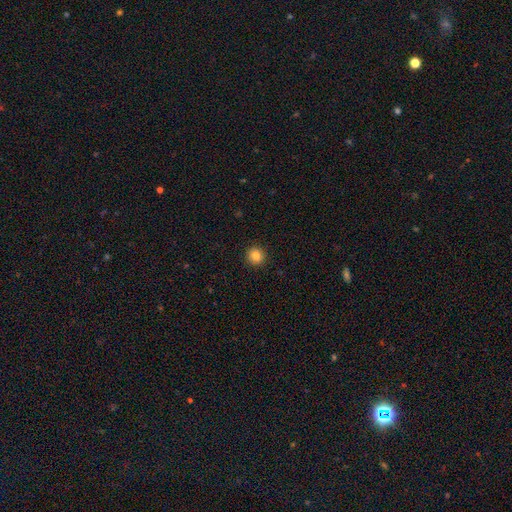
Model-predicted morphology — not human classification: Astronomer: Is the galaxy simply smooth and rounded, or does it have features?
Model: smooth — 84%.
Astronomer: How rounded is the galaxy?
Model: round — 92%.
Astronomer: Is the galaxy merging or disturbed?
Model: none — 92%.